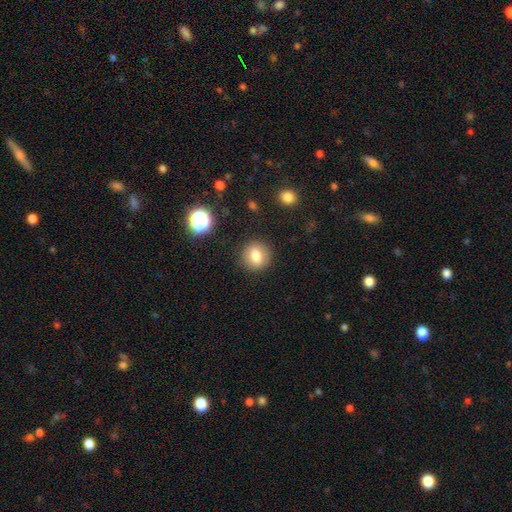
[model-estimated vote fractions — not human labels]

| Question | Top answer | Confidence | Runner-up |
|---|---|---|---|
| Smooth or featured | smooth | 76% | featured or disk (12%) |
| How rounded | round | 81% | in between (18%) |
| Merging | none | 88% | minor disturbance (8%) |